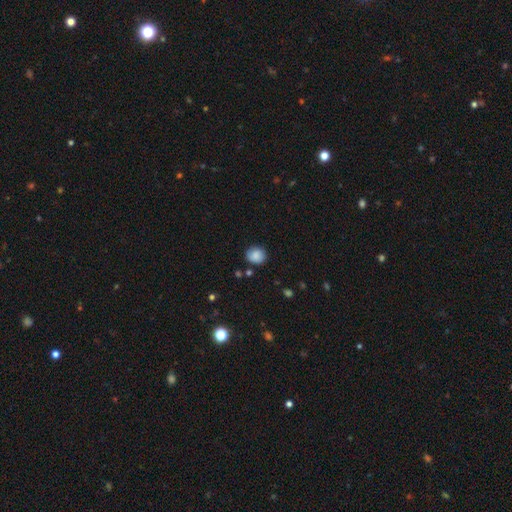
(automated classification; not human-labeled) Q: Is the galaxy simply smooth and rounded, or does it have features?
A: smooth — 85%.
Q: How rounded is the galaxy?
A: round — 80%.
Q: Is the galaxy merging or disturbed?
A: none — 81%.